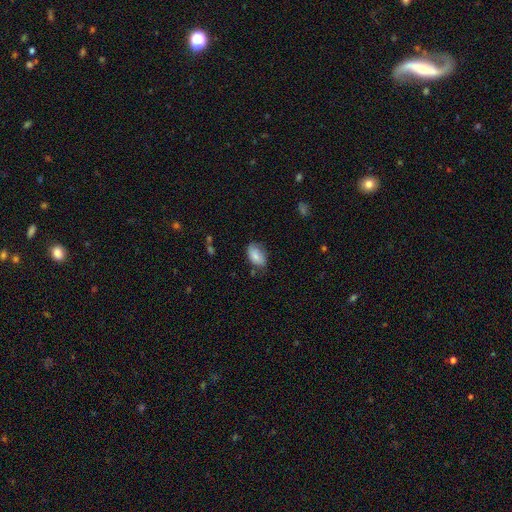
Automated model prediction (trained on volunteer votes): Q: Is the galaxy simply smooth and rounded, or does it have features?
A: smooth — 79%.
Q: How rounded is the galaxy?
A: in between — 90%.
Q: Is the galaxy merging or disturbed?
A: none — 63%.